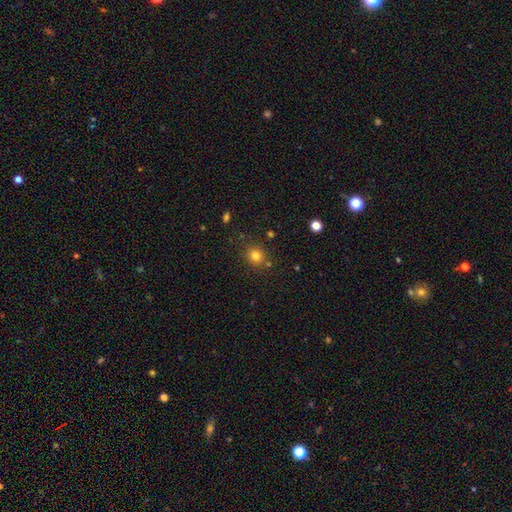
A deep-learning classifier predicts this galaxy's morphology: Smooth or featured?
  - smooth: 78% *
  - star or artifact: 15%
  - featured or disk: 7%
How rounded?
  - round: 80% *
  - in between: 19%
  - cigar-shaped: 1%
Merging?
  - none: 81% *
  - minor disturbance: 10%
  - merger: 6%
  - major disturbance: 3%